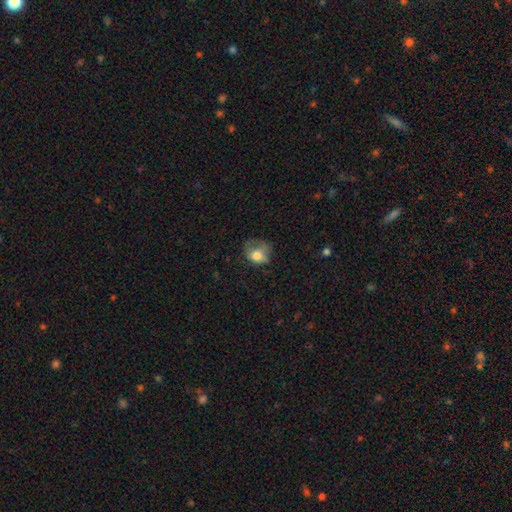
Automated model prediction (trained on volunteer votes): A smooth galaxy with no disk features (69%) that is round (52%).

Vote fractions:
- Smooth or featured? smooth: 69% / featured or disk: 20% / star or artifact: 11%
- How rounded? round: 52% / in between: 47% / cigar-shaped: 1%
- Merging? major disturbance: 33% (tied) / none: 33% (tied) / minor disturbance: 31% / merger: 3%